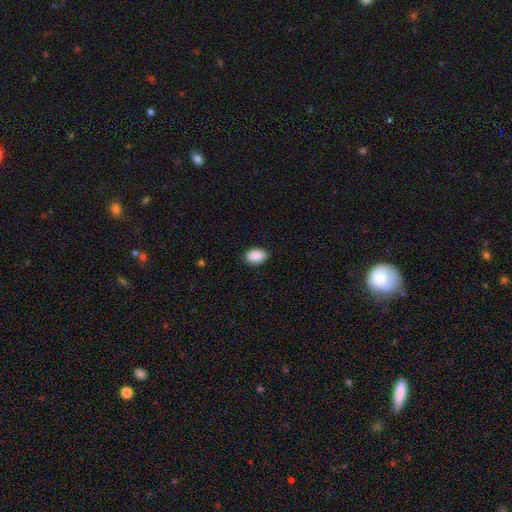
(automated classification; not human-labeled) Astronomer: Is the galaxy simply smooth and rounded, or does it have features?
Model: smooth — 91%.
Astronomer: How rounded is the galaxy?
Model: in between — 89%.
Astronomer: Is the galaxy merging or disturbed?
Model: none — 86%.